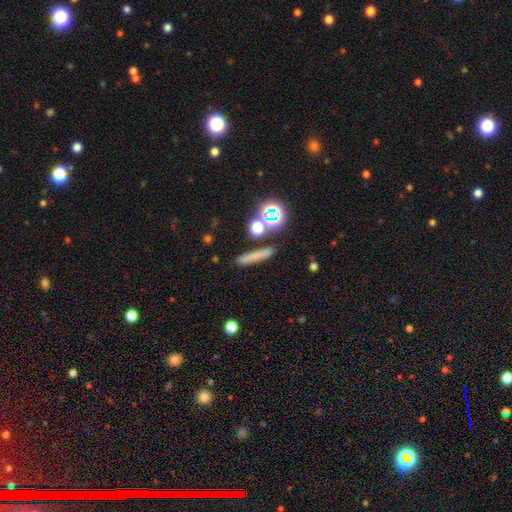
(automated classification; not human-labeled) The model was most divided on "smooth or featured": smooth: 66%, star or artifact: 18%, featured or disk: 16%. More confident: merging — none (83%); how rounded — cigar-shaped (79%).